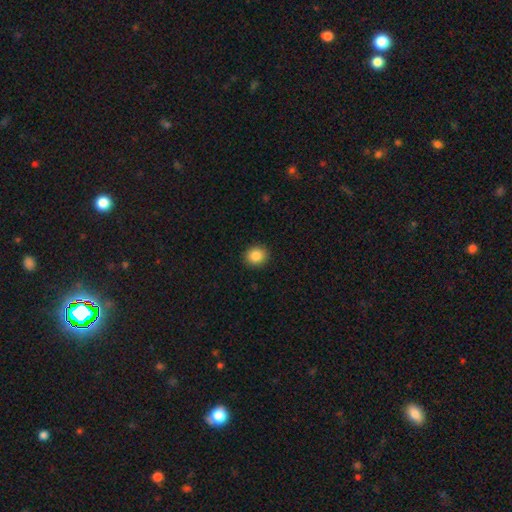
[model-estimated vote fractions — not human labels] smooth_or_featured: smooth (p=0.86) [alt: star or artifact p=0.09]
how_rounded: round (p=0.81) [alt: in between p=0.18]
merging: none (p=0.92) [alt: minor disturbance p=0.05]